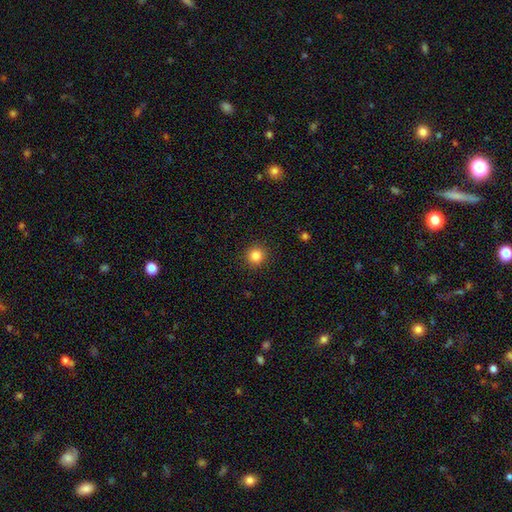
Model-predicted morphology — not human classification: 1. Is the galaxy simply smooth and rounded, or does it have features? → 84% smooth, 12% star or artifact, 5% featured or disk.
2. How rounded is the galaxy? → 94% round, 5% in between, 1% cigar-shaped.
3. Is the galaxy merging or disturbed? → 92% none, 5% minor disturbance, 2% major disturbance, 1% merger.